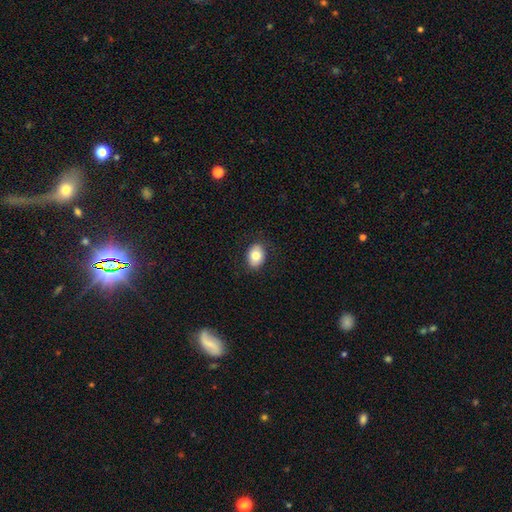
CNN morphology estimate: type=smooth (80%); roundness=in between (72%); merging=none (87%).